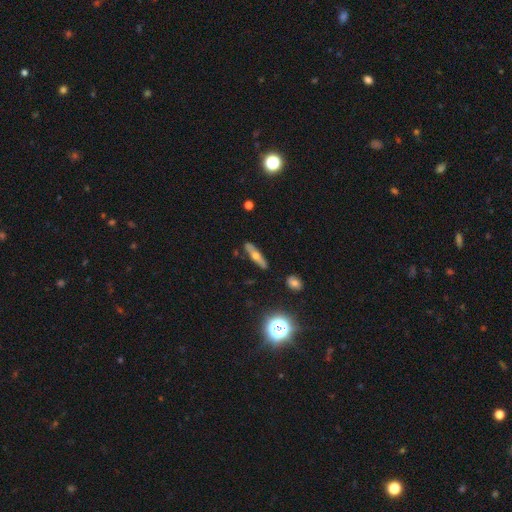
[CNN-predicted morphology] Smooth or featured: featured or disk — 50% (smooth — 39%)
Edge-on disk: yes — 82% (no — 18%)
Merging: none — 86% (minor disturbance — 10%)